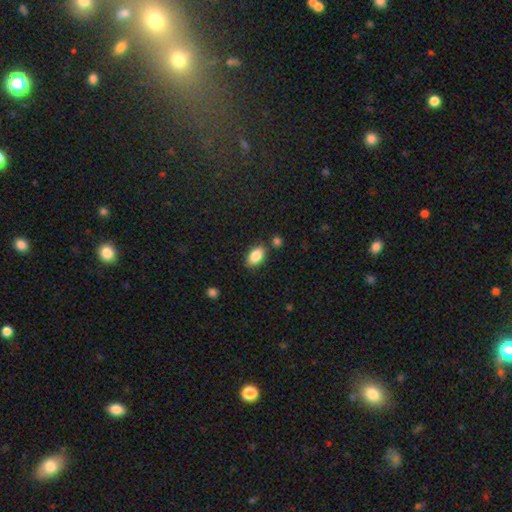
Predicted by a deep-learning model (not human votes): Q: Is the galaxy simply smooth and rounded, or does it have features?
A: smooth — 86%.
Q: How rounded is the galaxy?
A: in between — 92%.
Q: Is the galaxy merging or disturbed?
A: none — 80%.